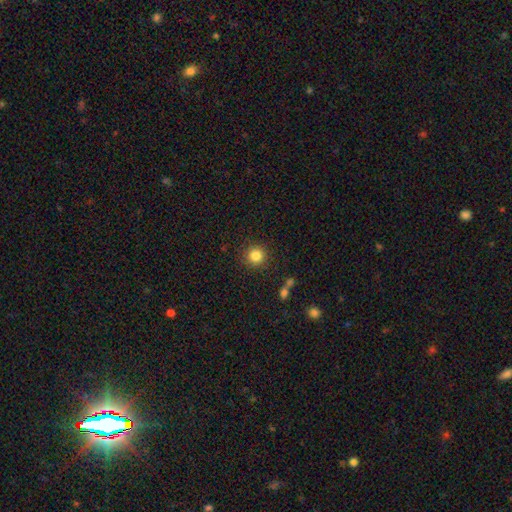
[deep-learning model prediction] Q: Smooth or featured?
A: smooth (84%); runner-up: star or artifact (11%)
Q: How rounded?
A: round (93%); runner-up: in between (6%)
Q: Merging?
A: none (88%); runner-up: minor disturbance (7%)